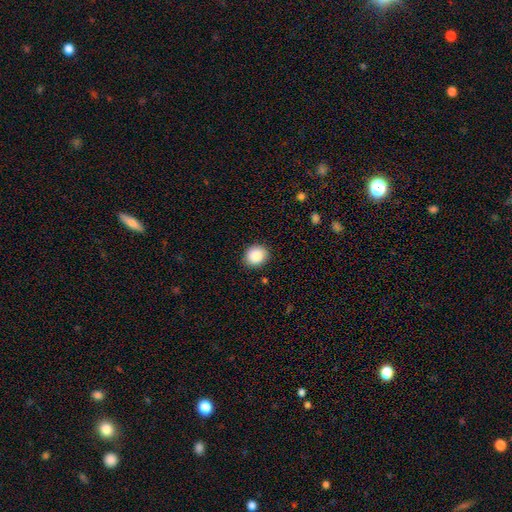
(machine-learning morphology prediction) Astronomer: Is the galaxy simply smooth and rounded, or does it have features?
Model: smooth — 89%.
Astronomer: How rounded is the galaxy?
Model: round — 77%.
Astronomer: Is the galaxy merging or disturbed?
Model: none — 89%.